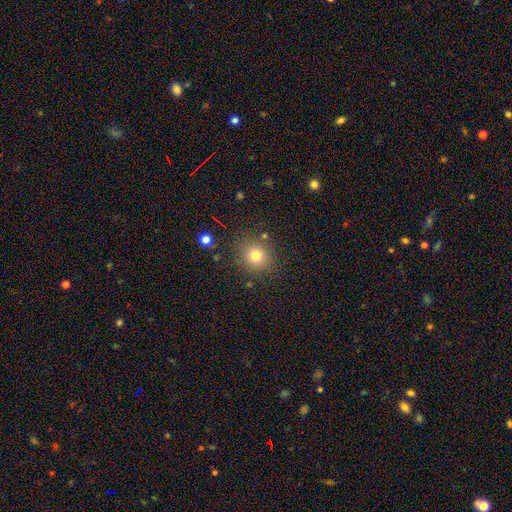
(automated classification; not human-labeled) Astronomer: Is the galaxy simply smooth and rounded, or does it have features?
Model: smooth — 77%.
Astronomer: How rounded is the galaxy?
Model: round — 85%.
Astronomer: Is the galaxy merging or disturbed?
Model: none — 84%.